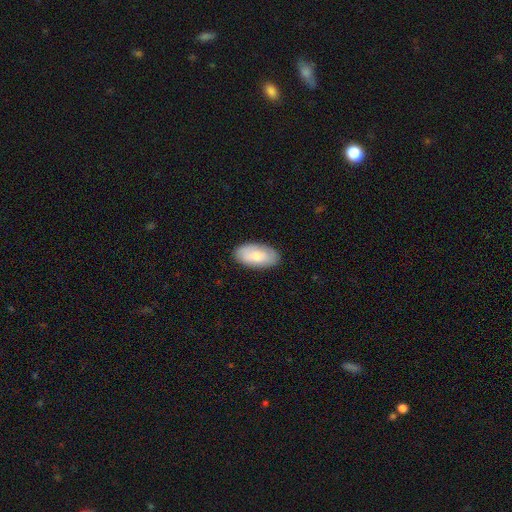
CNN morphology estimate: Smooth or featured? Predicted: smooth (p=0.75). How rounded? Predicted: in between (p=0.95). Merging? Predicted: none (p=0.86).